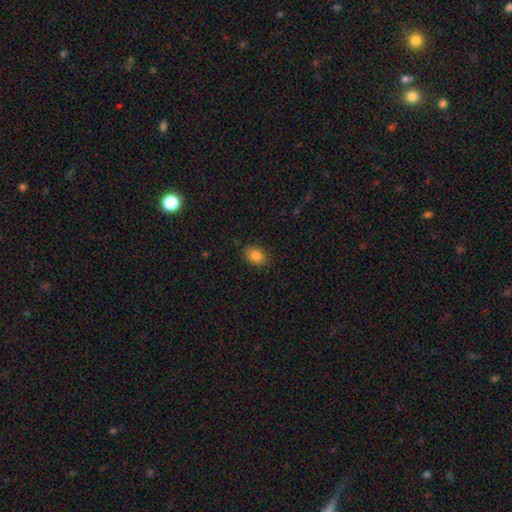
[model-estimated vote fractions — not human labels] Overall: smooth (85%). How rounded: in between (68%; round 31%). Merging: none (87%).